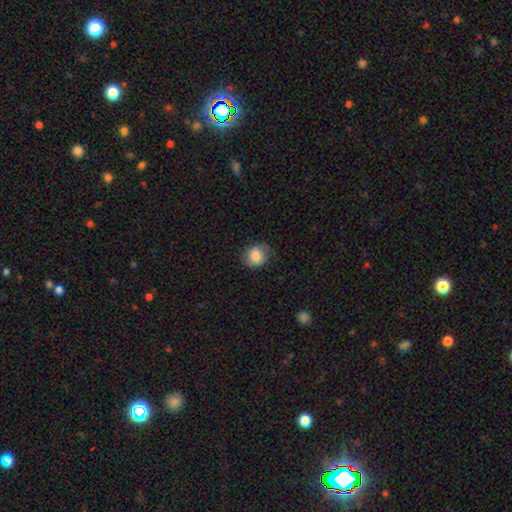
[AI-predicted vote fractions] A smooth galaxy with no disk features (82%) that is round (70%). Merging: none (73%).